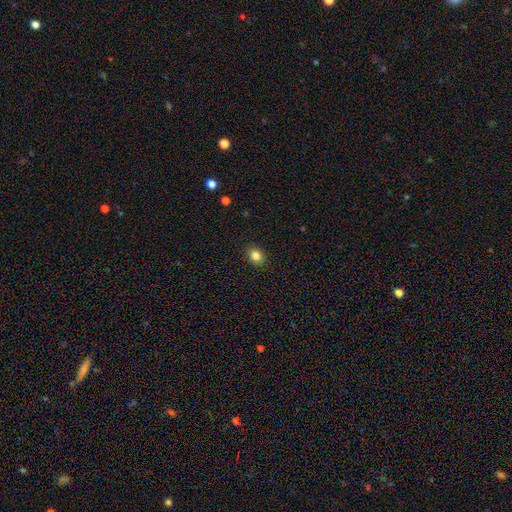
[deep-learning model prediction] The model was most divided on "how rounded": round: 52%, in between: 47%, cigar-shaped: 1%. More confident: merging — none (89%); smooth or featured — smooth (84%).